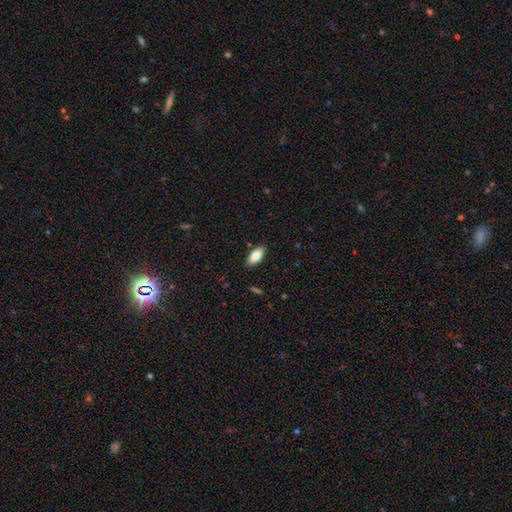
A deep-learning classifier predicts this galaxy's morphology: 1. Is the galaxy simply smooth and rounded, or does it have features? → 82% smooth, 11% featured or disk, 7% star or artifact.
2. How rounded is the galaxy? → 84% in between, 14% cigar-shaped, 2% round.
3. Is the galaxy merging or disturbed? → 88% none, 9% minor disturbance, 2% major disturbance, 1% merger.